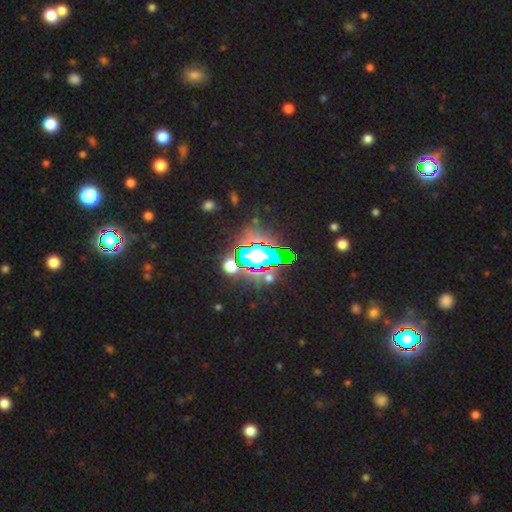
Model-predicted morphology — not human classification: The model was most divided on "smooth or featured": star or artifact: 69%, smooth: 19%, featured or disk: 13%.